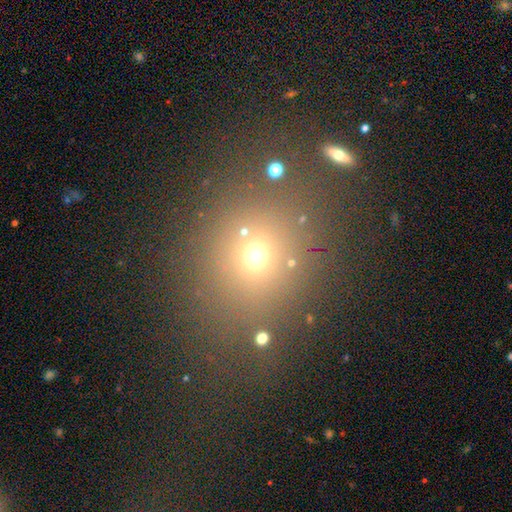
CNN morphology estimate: smooth_or_featured: smooth (p=0.61) [alt: star or artifact p=0.28]
how_rounded: round (p=0.77) [alt: in between p=0.22]
merging: none (p=0.75) [alt: minor disturbance p=0.11]